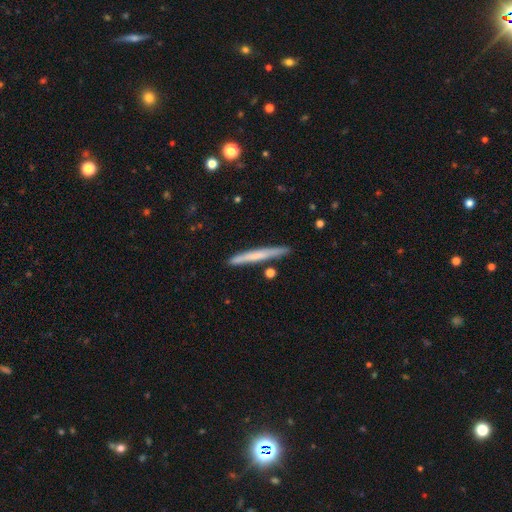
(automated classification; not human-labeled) Smooth or featured: smooth — 58% (featured or disk — 36%)
How rounded: cigar-shaped — 97% (in between — 2%)
Merging: none — 87% (minor disturbance — 9%)